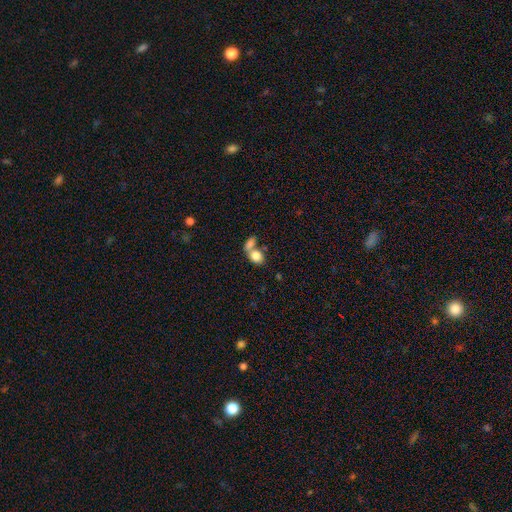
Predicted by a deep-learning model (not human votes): smooth_or_featured: smooth (p=0.82) [alt: featured or disk p=0.10]
how_rounded: in between (p=0.59) [alt: round p=0.39]
merging: merger (p=0.56) [alt: none p=0.30]